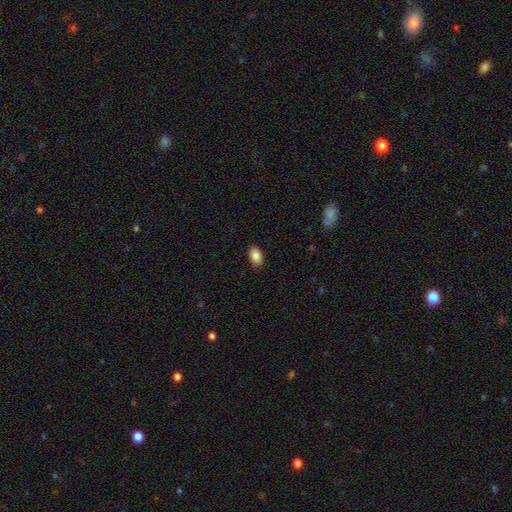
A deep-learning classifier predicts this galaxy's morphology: smooth_or_featured: smooth (p=0.86) [alt: star or artifact p=0.08]
how_rounded: in between (p=0.91) [alt: round p=0.07]
merging: none (p=0.89) [alt: minor disturbance p=0.09]